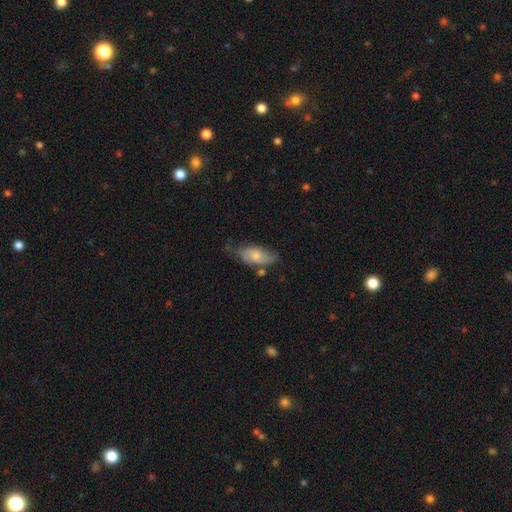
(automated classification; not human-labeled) This is possibly a smooth galaxy (58%). How rounded: clearly in between (85%). Merging: possibly none (51%).